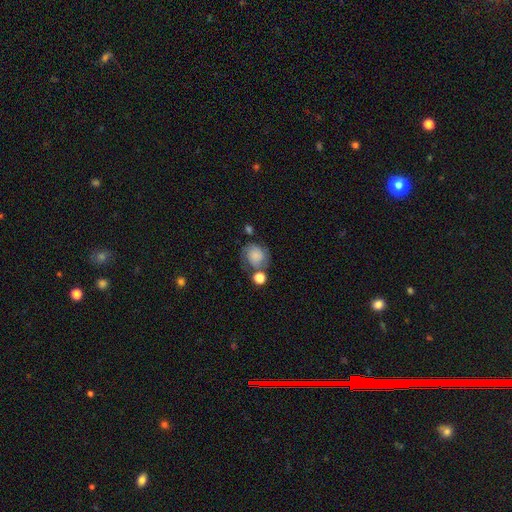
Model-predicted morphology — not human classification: The model was most divided on "merging": none: 48%, minor disturbance: 22%, merger: 16%, major disturbance: 14%. More confident: how rounded — round (73%); smooth or featured — smooth (60%).